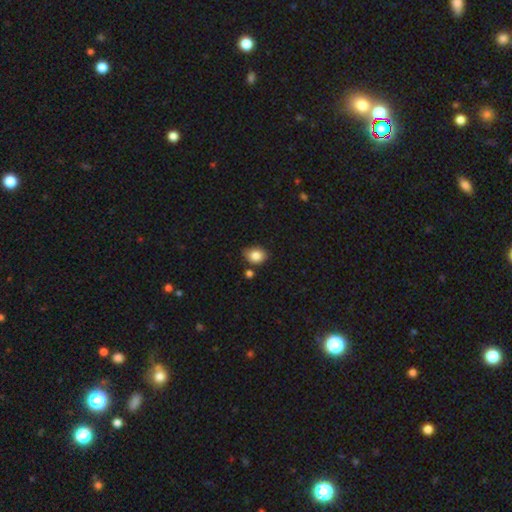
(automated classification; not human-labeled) A smooth galaxy with no disk features (83%) that is in between round and cigar-shaped (57%). Merging: none (68%).